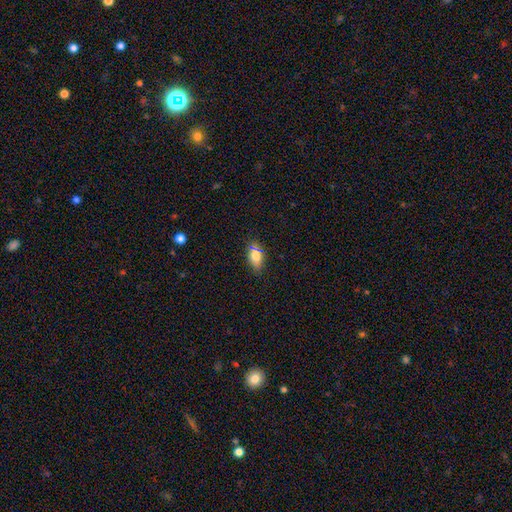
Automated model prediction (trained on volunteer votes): Q: Smooth or featured?
A: smooth (71%); runner-up: star or artifact (16%)
Q: How rounded?
A: in between (82%); runner-up: round (13%)
Q: Merging?
A: none (81%); runner-up: minor disturbance (13%)